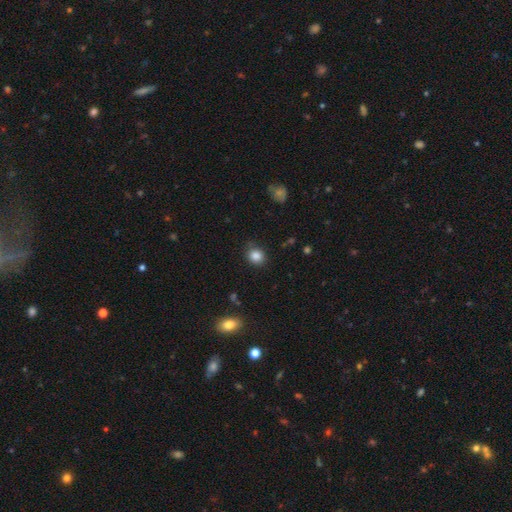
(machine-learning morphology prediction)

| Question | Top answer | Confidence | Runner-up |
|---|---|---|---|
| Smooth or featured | smooth | 85% | star or artifact (10%) |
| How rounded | round | 76% | in between (23%) |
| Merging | none | 81% | minor disturbance (14%) |